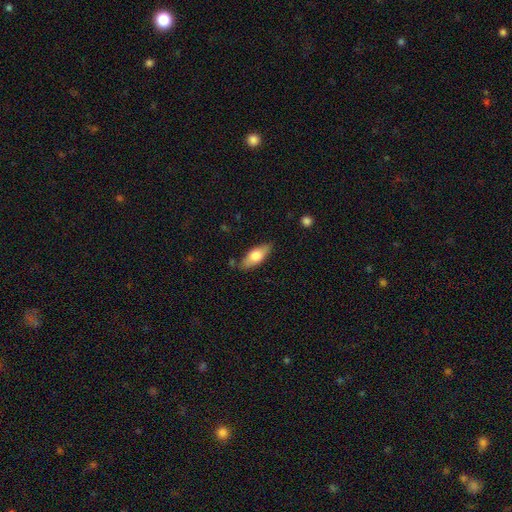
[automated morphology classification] The model was most divided on "smooth or featured": smooth: 67%, featured or disk: 26%, star or artifact: 6%. More confident: merging — none (80%); how rounded — in between (73%).